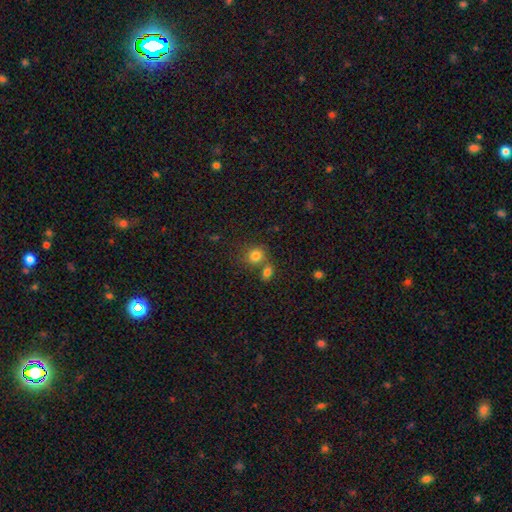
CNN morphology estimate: This appears to be a smooth galaxy with no disk features (80%) that is round (76%). Merging: none (56%).